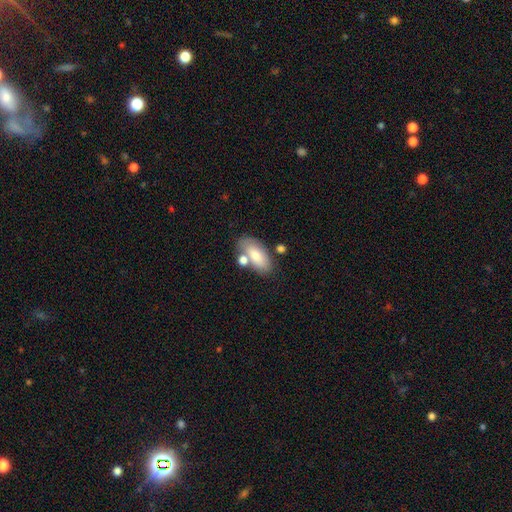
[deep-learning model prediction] Smooth or featured?
  - smooth: 73% *
  - featured or disk: 20%
  - star or artifact: 7%
How rounded?
  - in between: 90% *
  - cigar-shaped: 6%
  - round: 4%
Merging?
  - none: 61% *
  - merger: 18%
  - minor disturbance: 15%
  - major disturbance: 5%